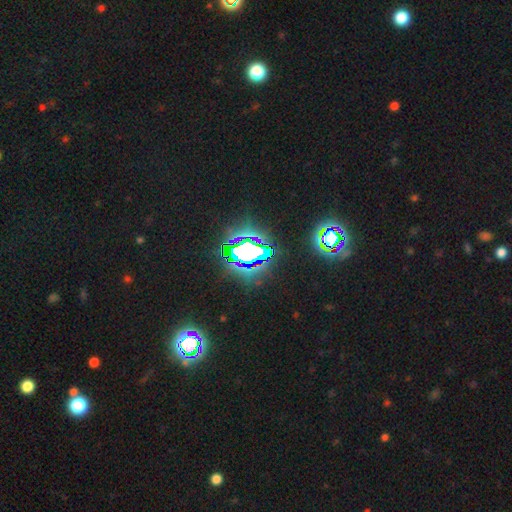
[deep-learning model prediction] smooth-or-featured: star or artifact: 69% | smooth: 18% | featured or disk: 14%